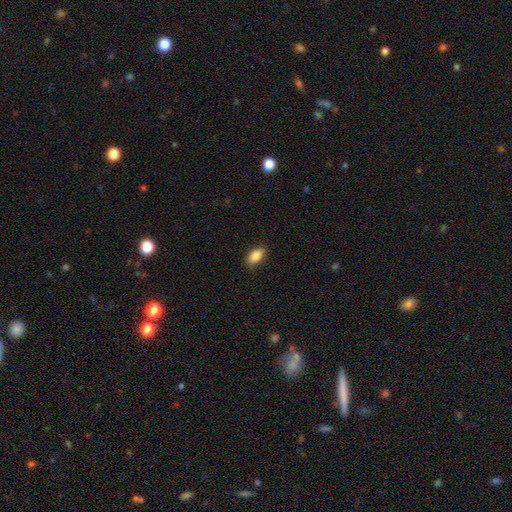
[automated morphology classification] Q: Smooth or featured?
A: smooth (87%); runner-up: star or artifact (7%)
Q: How rounded?
A: in between (89%); runner-up: cigar-shaped (8%)
Q: Merging?
A: none (88%); runner-up: minor disturbance (9%)